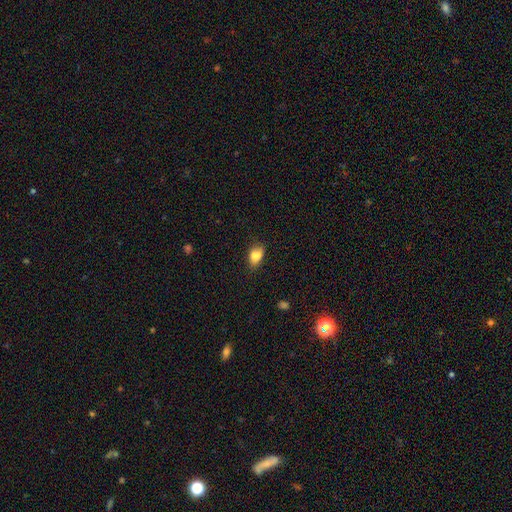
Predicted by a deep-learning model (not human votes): Q: Smooth or featured?
A: smooth (78%); runner-up: featured or disk (12%)
Q: How rounded?
A: in between (80%); runner-up: round (17%)
Q: Merging?
A: none (49%); runner-up: minor disturbance (28%)